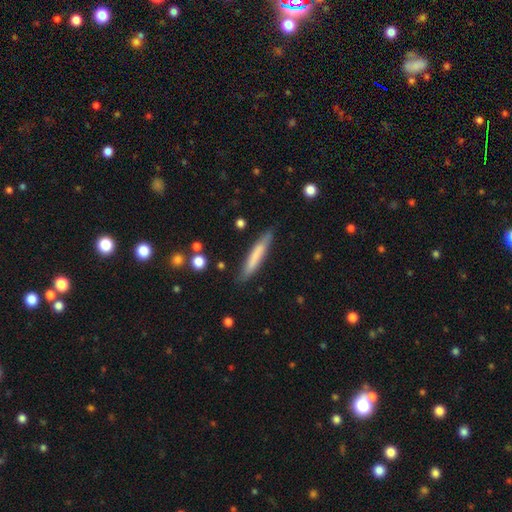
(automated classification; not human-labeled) smooth 70%, featured or disk 24%, star or artifact 6%. Down the decision tree: how rounded — cigar-shaped (92%); merging — none (83%).